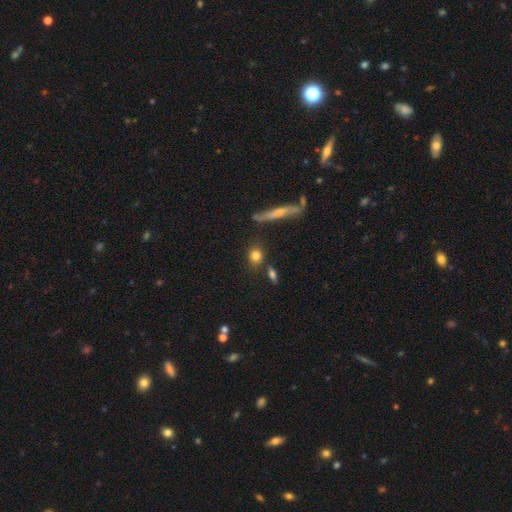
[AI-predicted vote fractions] A smooth galaxy with no disk features (80%) that is round (58%).

Vote fractions:
- Smooth or featured? smooth: 80% / featured or disk: 11% / star or artifact: 10%
- How rounded? round: 58% / in between: 31% / cigar-shaped: 11%
- Merging? none: 73% / minor disturbance: 12% / merger: 11% / major disturbance: 4%